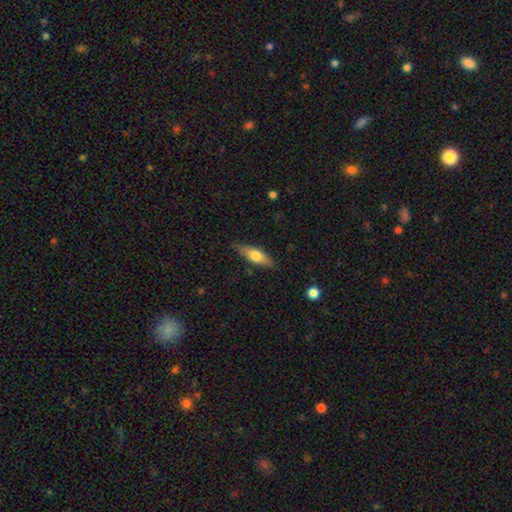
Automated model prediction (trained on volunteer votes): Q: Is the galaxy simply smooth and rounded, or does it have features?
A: smooth — 59%.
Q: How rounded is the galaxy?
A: in between — 49%.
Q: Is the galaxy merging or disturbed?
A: none — 80%.